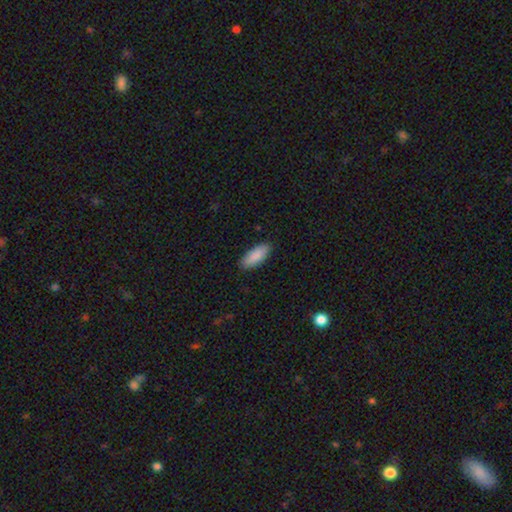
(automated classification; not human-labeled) This is clearly a smooth galaxy (90%). How rounded: clearly in between (82%). Merging: clearly none (87%).